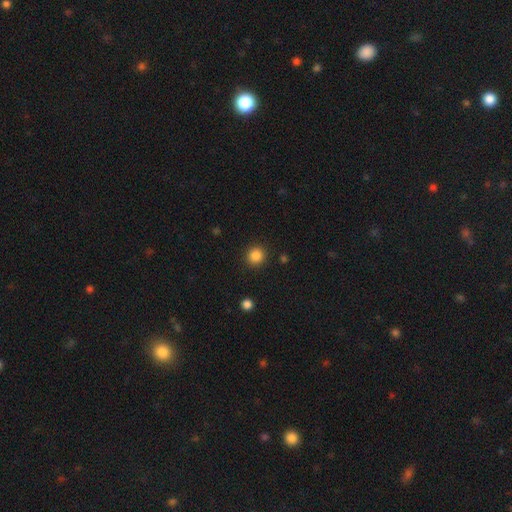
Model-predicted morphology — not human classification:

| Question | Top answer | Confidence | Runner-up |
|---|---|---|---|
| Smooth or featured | smooth | 86% | star or artifact (11%) |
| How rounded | round | 92% | in between (7%) |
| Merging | none | 91% | minor disturbance (6%) |